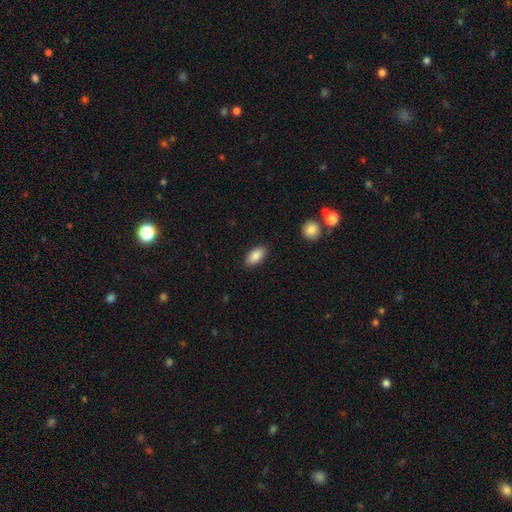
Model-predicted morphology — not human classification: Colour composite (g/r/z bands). It shows a smooth galaxy with no disk features (88%) that is in between round and cigar-shaped (92%). Merging: none (87%).